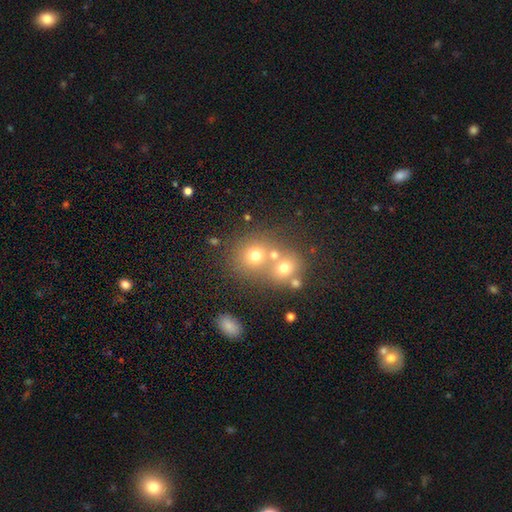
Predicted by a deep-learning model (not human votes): A smooth galaxy with no disk features (65%) that is round (77%). Merging: merger (48%).